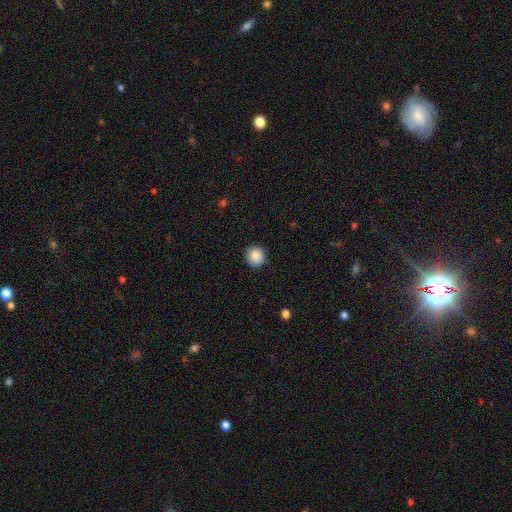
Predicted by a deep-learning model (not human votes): smooth-or-featured: smooth: 87% | star or artifact: 9% | featured or disk: 4%
  how-rounded: round: 91% | in between: 8% | cigar-shaped: 1%
  merging: none: 89% | minor disturbance: 8% | major disturbance: 2% | merger: 1%